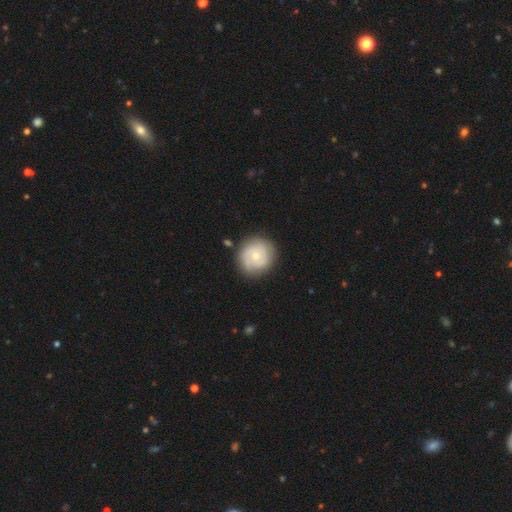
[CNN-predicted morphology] smooth_or_featured: featured or disk (p=0.57) [alt: smooth p=0.37]
disk_edge_on: no (p=0.98) [alt: yes p=0.02]
bar: no (p=0.78) [alt: weak p=0.19]
has_spiral_arms: yes (p=0.82) [alt: no p=0.18]
bulge_size: small (p=0.59) [alt: moderate p=0.37]
merging: none (p=0.81) [alt: minor disturbance p=0.13]